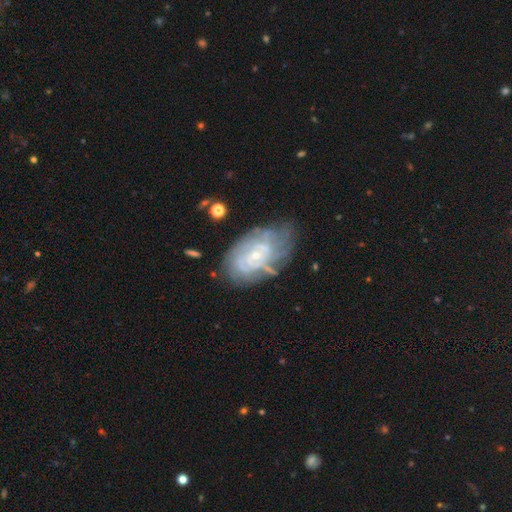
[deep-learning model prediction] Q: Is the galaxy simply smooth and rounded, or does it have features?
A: featured or disk — 78%.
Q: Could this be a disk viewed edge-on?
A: no — 96%.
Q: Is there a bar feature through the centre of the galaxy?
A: no — 67%.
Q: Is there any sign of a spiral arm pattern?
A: yes — 86%.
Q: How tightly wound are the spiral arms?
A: tight — 66%.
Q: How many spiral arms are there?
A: can't tell — 52%.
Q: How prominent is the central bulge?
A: small — 77%.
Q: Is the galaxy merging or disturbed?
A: none — 64%.